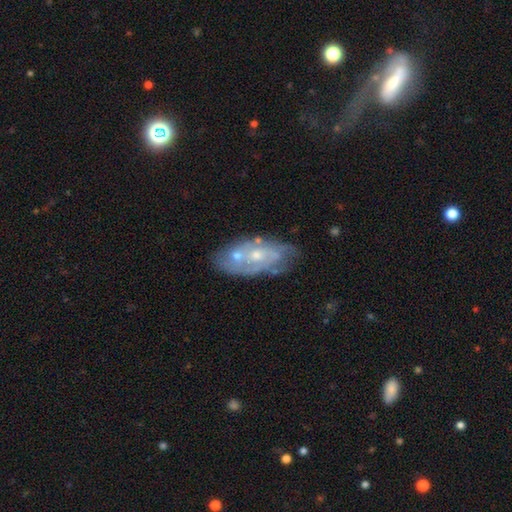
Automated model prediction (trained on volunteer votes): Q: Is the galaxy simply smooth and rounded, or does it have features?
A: featured or disk — 69%.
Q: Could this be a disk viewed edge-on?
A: no — 92%.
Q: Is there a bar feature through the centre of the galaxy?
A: no — 77%.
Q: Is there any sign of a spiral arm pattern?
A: yes — 60%.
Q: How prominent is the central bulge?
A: small — 52%.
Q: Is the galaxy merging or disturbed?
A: none — 56%.